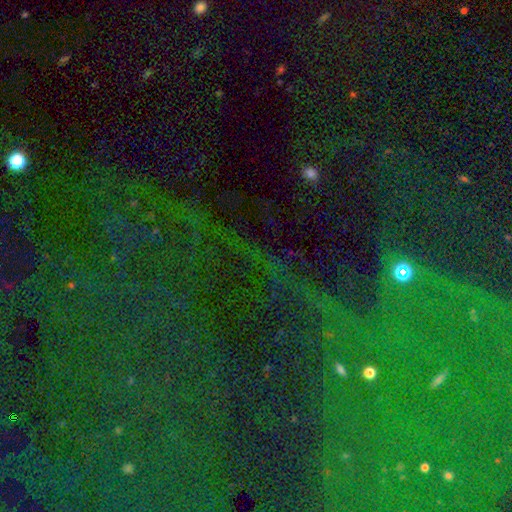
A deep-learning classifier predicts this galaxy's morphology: A star or artifact, not a galaxy (80%).